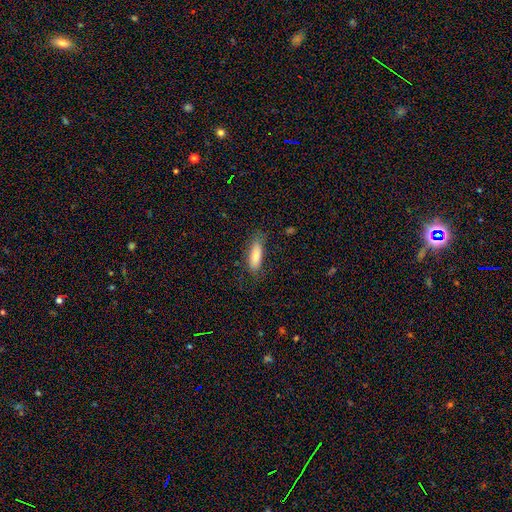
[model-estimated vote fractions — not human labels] A smooth galaxy with no disk features (78%) that is in between round and cigar-shaped (59%).

Vote fractions:
- Smooth or featured? smooth: 78% / featured or disk: 15% / star or artifact: 7%
- How rounded? in between: 59% / cigar-shaped: 39% / round: 2%
- Merging? none: 77% / minor disturbance: 17% / major disturbance: 5% / merger: 1%